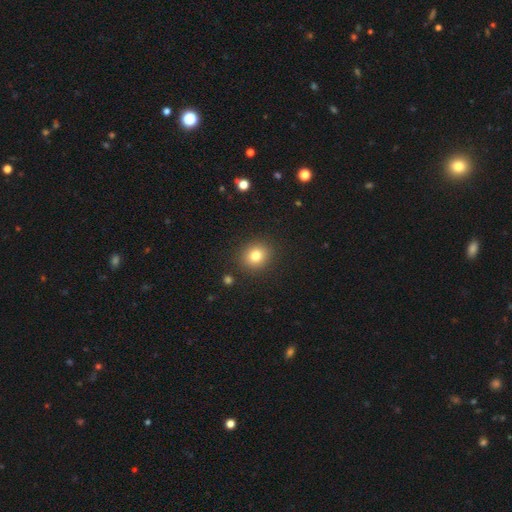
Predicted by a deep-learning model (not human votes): Q: Smooth or featured?
A: smooth (80%); runner-up: star or artifact (12%)
Q: How rounded?
A: round (81%); runner-up: in between (18%)
Q: Merging?
A: none (89%); runner-up: minor disturbance (7%)